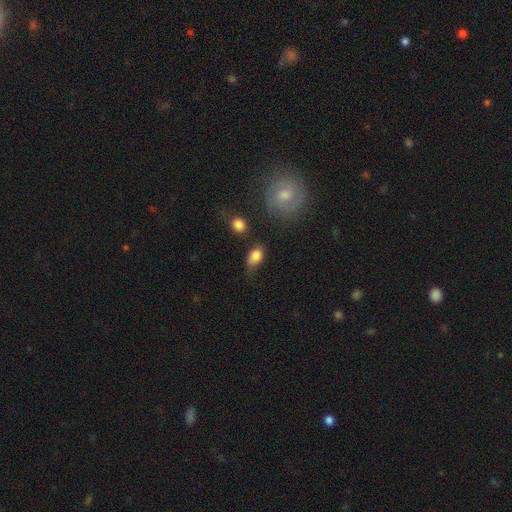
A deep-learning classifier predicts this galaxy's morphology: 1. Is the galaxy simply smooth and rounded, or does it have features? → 83% smooth, 8% featured or disk, 8% star or artifact.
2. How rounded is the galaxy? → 80% in between, 18% round, 2% cigar-shaped.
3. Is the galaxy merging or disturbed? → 54% none, 30% minor disturbance, 11% major disturbance, 5% merger.